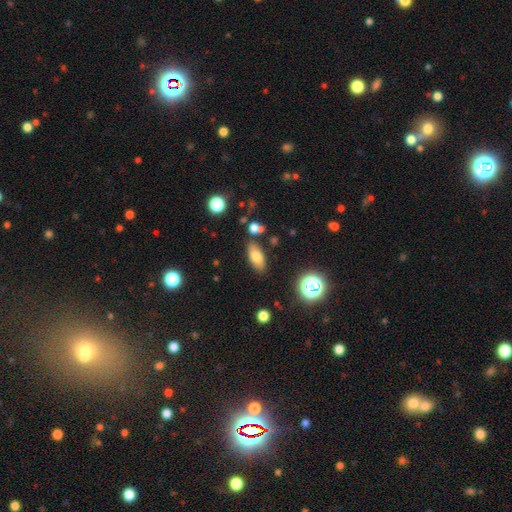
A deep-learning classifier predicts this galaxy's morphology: A smooth galaxy with no disk features (74%) that is in between round and cigar-shaped (83%).

Vote fractions:
- Smooth or featured? smooth: 74% / featured or disk: 15% / star or artifact: 11%
- How rounded? in between: 83% / cigar-shaped: 12% / round: 4%
- Merging? none: 80% / minor disturbance: 11% / merger: 6% / major disturbance: 3%